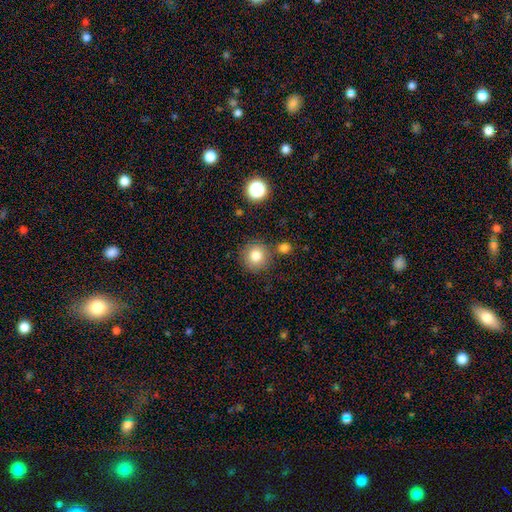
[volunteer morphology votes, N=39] type=smooth (90%); roundness=round (100%); merging=none (84%).